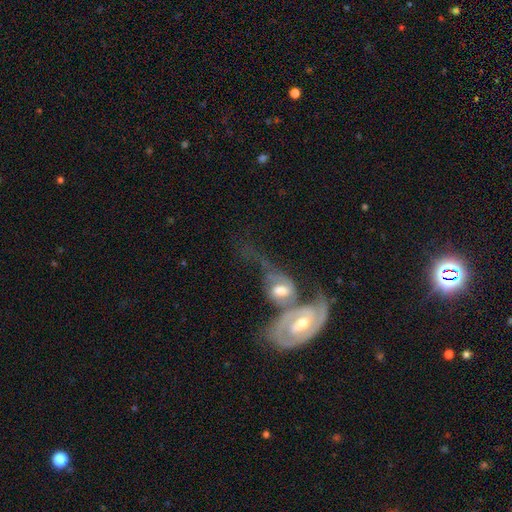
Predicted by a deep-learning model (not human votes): The model was most divided on "spiral winding": tight: 44%, medium: 36%, loose: 20%. Remaining: edge-on disk — no (91%); spiral arms — yes (88%); smooth or featured — featured or disk (77%); spiral arm count — 2 (68%); bulge size — moderate (64%); merging — merger (62%); bar — no (50%).